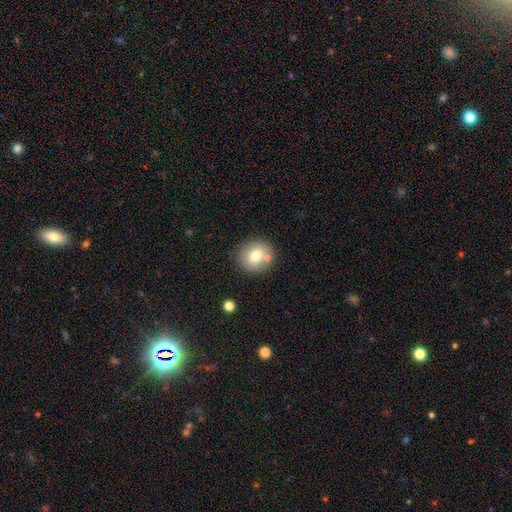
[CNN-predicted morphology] Smooth or featured? Predicted: smooth (p=0.74). How rounded? Predicted: round (p=0.84). Merging? Predicted: none (p=0.74).